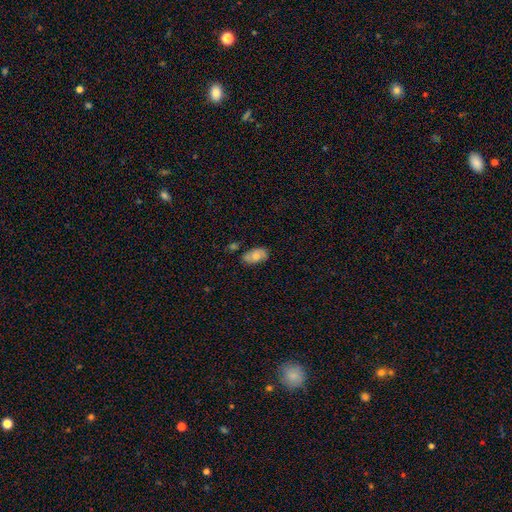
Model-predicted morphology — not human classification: A smooth galaxy with no disk features (68%) that is in between round and cigar-shaped (93%).

Vote fractions:
- Smooth or featured? smooth: 68% / featured or disk: 25% / star or artifact: 7%
- How rounded? in between: 93% / round: 5% / cigar-shaped: 2%
- Merging? none: 73% / minor disturbance: 19% / merger: 4% / major disturbance: 4%